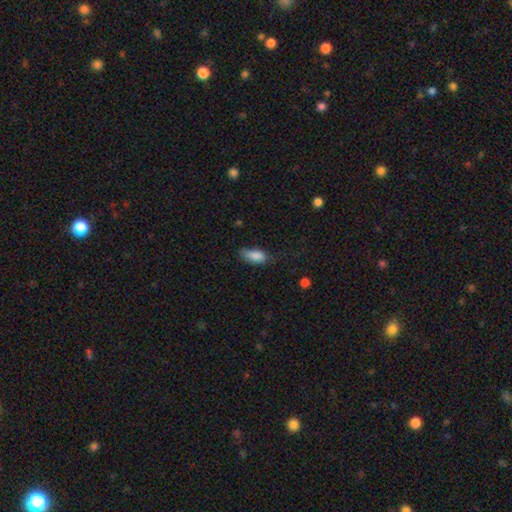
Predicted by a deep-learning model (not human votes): Smooth or featured?
  - smooth: 85% *
  - star or artifact: 8%
  - featured or disk: 7%
How rounded?
  - in between: 85% *
  - cigar-shaped: 12%
  - round: 3%
Merging?
  - none: 55% *
  - minor disturbance: 33%
  - major disturbance: 10%
  - merger: 2%